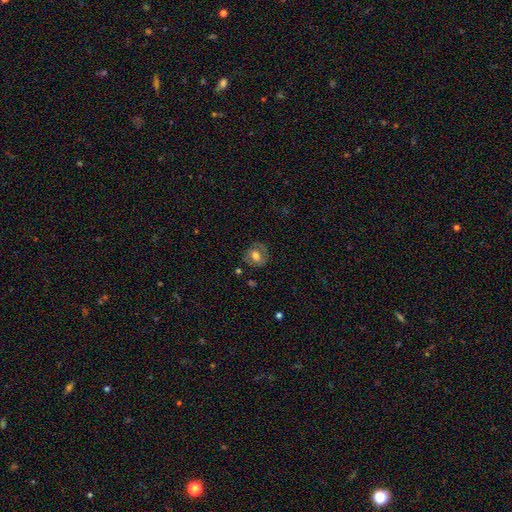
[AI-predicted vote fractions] Smooth or featured?
  - smooth: 60% *
  - featured or disk: 30%
  - star or artifact: 9%
How rounded?
  - round: 59% *
  - in between: 40%
  - cigar-shaped: 1%
Merging?
  - none: 71% *
  - minor disturbance: 18%
  - major disturbance: 8%
  - merger: 2%